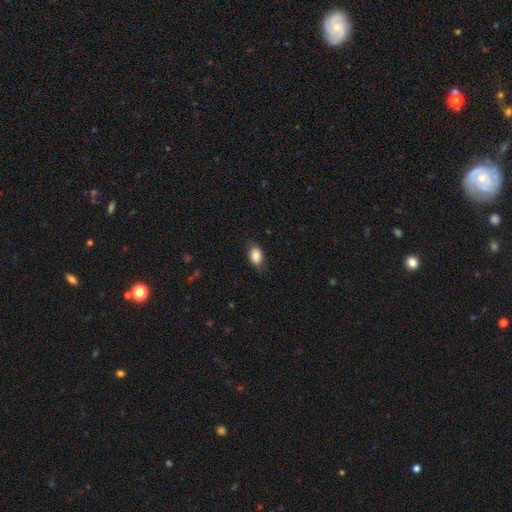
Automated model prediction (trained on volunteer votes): This appears to be a smooth galaxy with no disk features (87%) that is in between round and cigar-shaped (88%). Merging: none (79%).